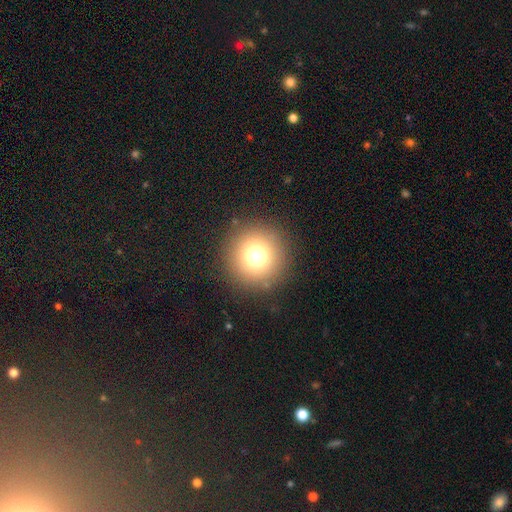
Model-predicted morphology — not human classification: smooth 75%, star or artifact 17%, featured or disk 8%. Down the decision tree: how rounded — round (96%); merging — none (90%).